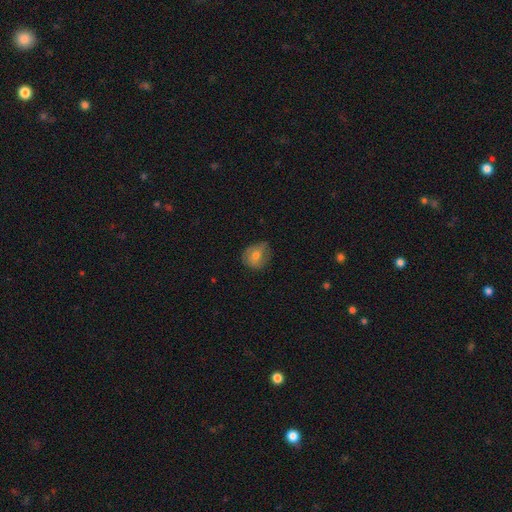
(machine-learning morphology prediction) type=smooth (66%); roundness=round (69%); merging=none (66%).